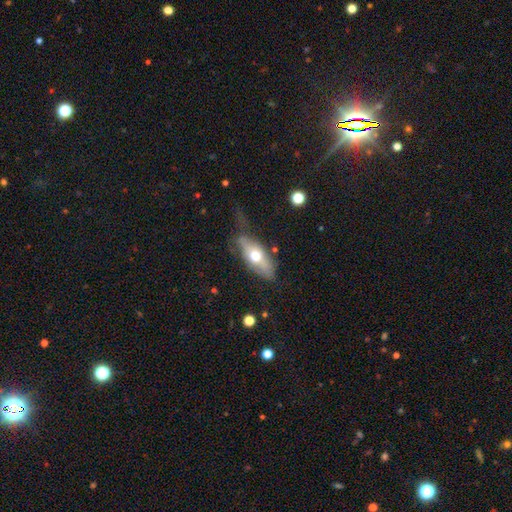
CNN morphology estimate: The model was most divided on "smooth or featured": smooth: 54%, featured or disk: 40%, star or artifact: 6%. More confident: how rounded — in between (78%); merging — none (52%).